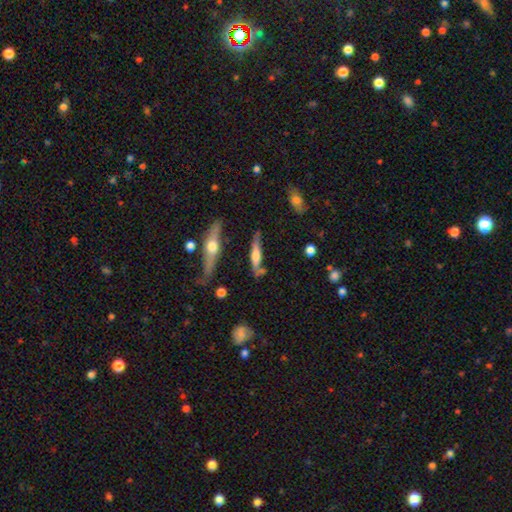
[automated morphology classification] Smooth or featured?
  - featured or disk: 60% *
  - smooth: 33%
  - star or artifact: 7%
Edge-on disk?
  - yes: 91% *
  - no: 9%
Edge-on bulge?
  - rounded: 81% *
  - boxy: 12%
  - none: 7%
Merging?
  - none: 61% *
  - minor disturbance: 20%
  - merger: 11%
  - major disturbance: 7%